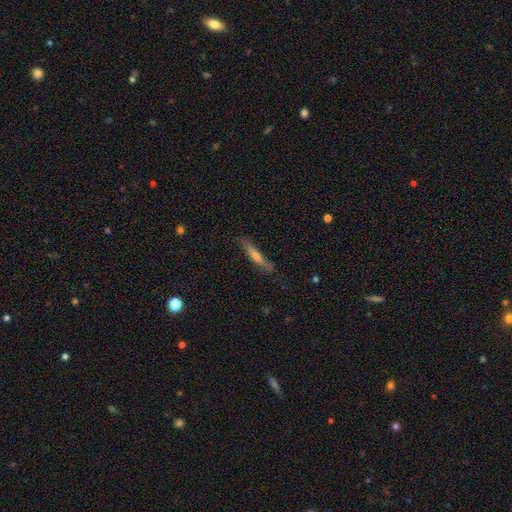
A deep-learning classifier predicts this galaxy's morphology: Smooth or featured? smooth (46%, tied with featured or disk)
Merging? none (81%)